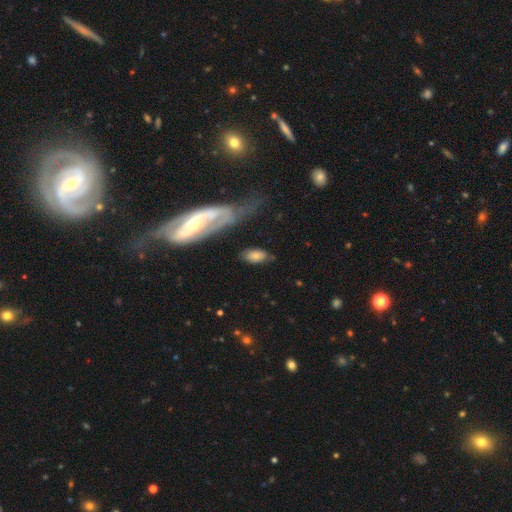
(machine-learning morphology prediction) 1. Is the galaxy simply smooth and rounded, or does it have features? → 67% smooth, 26% featured or disk, 7% star or artifact.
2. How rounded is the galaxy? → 90% in between, 5% cigar-shaped, 5% round.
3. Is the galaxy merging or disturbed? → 66% none, 19% minor disturbance, 9% major disturbance, 6% merger.